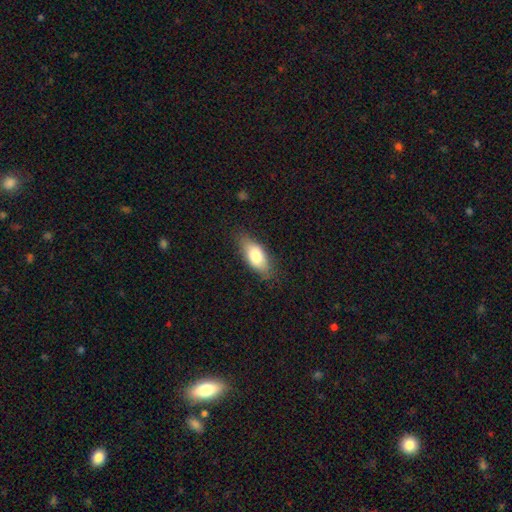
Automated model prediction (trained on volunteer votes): Q: Smooth or featured?
A: smooth (77%); runner-up: featured or disk (16%)
Q: How rounded?
A: in between (83%); runner-up: cigar-shaped (14%)
Q: Merging?
A: none (76%); runner-up: minor disturbance (19%)